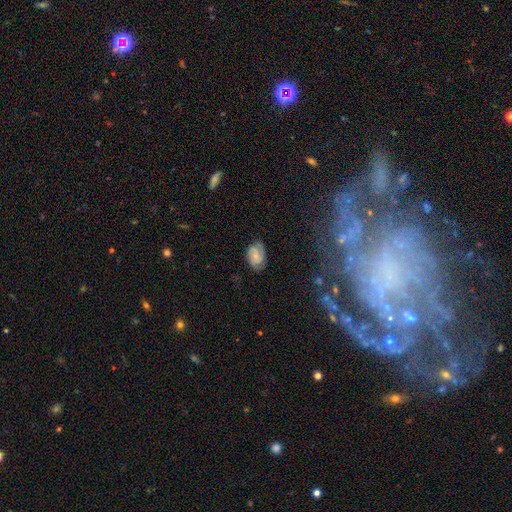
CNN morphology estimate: The model was most divided on "bar": no: 53%, weak: 39%, strong: 8%. More confident: edge-on disk — no (97%); spiral arms — yes (90%); merging — none (68%); bulge size — small (61%); smooth or featured — featured or disk (57%).